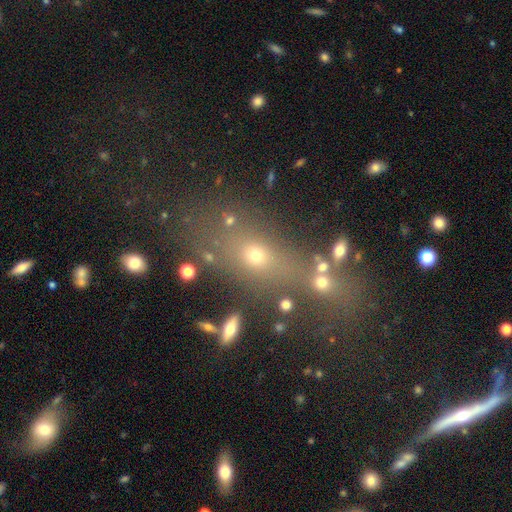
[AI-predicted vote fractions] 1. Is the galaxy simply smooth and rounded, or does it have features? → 57% smooth, 25% star or artifact, 18% featured or disk.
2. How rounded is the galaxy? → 58% in between, 27% round, 15% cigar-shaped.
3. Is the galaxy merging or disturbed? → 52% none, 23% merger, 14% minor disturbance, 11% major disturbance.